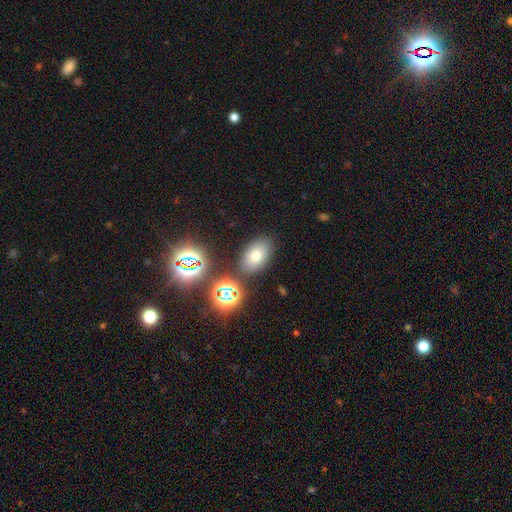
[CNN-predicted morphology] A smooth galaxy with no disk features (63%) that is in between round and cigar-shaped (84%). Merging: none (82%).